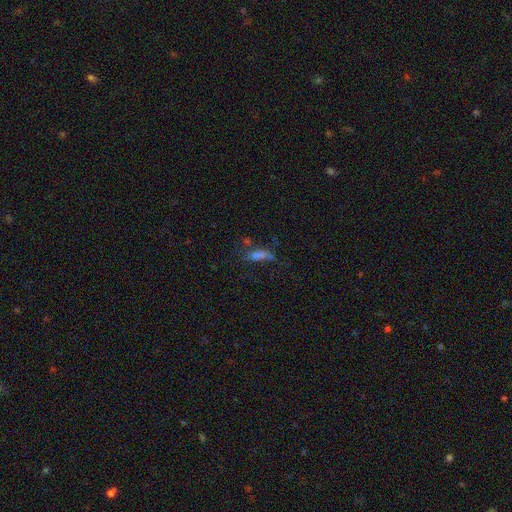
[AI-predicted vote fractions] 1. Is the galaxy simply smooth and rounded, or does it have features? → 55% smooth, 23% star or artifact, 22% featured or disk.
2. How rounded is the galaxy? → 57% cigar-shaped, 39% in between, 4% round.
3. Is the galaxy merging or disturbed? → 47% none, 23% minor disturbance, 22% major disturbance, 7% merger.